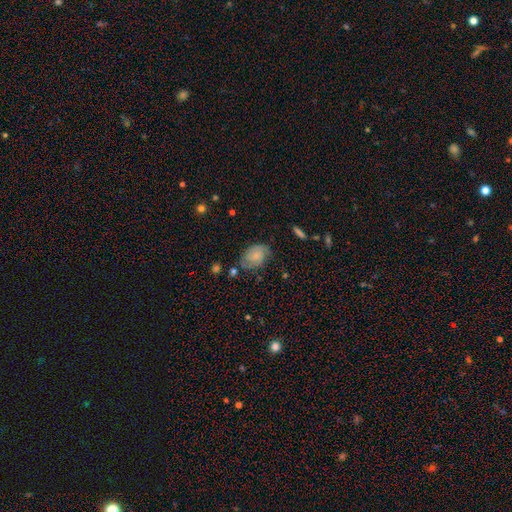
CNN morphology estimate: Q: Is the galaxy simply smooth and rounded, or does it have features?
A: smooth — 54%.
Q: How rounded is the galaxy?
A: in between — 79%.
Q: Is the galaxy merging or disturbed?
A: none — 60%.